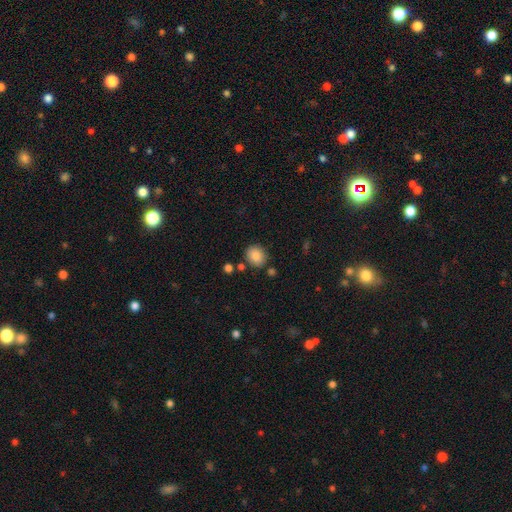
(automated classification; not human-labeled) A smooth galaxy with no disk features (86%) that is round (69%).

Vote fractions:
- Smooth or featured? smooth: 86% / star or artifact: 9% / featured or disk: 6%
- How rounded? round: 69% / in between: 30% / cigar-shaped: 1%
- Merging? none: 81% / minor disturbance: 11% / merger: 5% / major disturbance: 3%